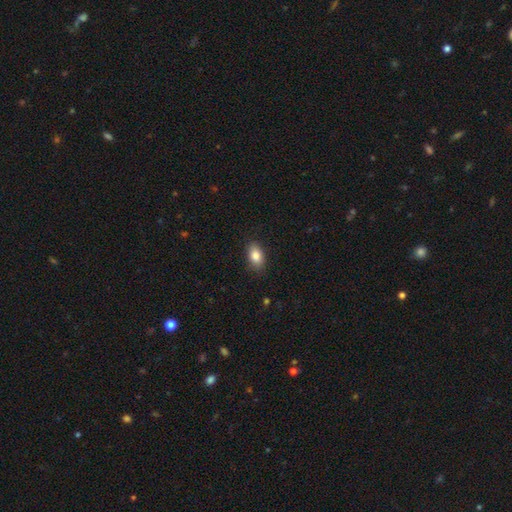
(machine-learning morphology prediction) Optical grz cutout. It shows a smooth galaxy with no disk features (84%) that is in between round and cigar-shaped (90%). Merging: none (86%).